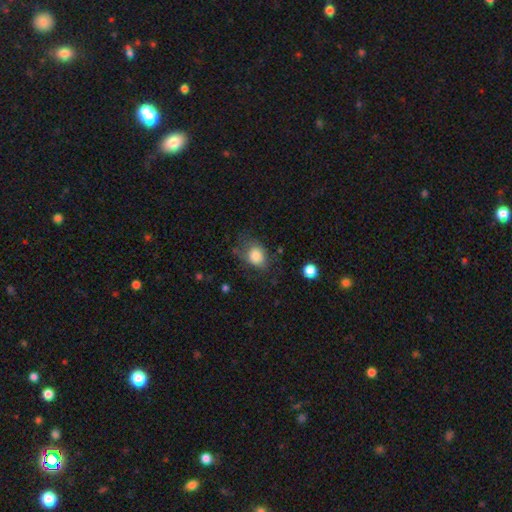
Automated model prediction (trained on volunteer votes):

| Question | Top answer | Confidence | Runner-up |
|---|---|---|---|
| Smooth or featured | smooth | 80% | featured or disk (12%) |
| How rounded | in between | 63% | round (36%) |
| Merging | none | 48% | minor disturbance (29%) |